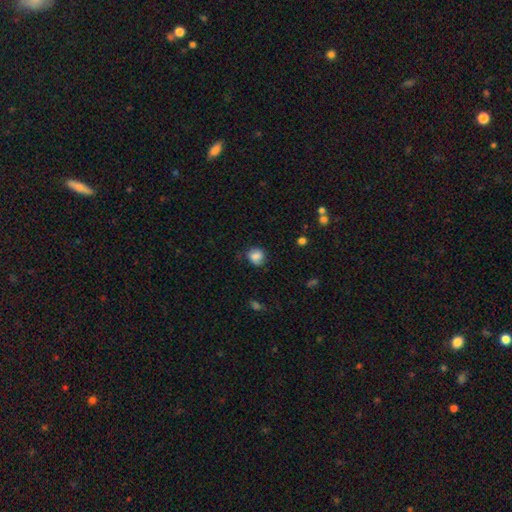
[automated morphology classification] Overall: smooth (81%). How rounded: round (67%; in between 32%). Merging: none (64%; minor disturbance 26%).